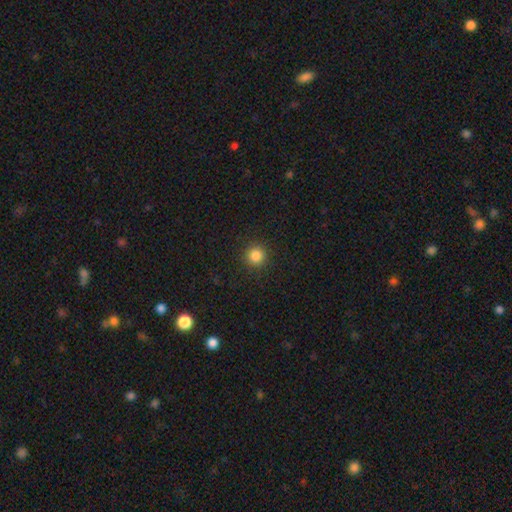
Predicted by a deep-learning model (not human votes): A smooth galaxy with no disk features (84%) that is round (95%).

Vote fractions:
- Smooth or featured? smooth: 84% / star or artifact: 12% / featured or disk: 4%
- How rounded? round: 95% / in between: 4% / cigar-shaped: 1%
- Merging? none: 92% / minor disturbance: 5% / major disturbance: 2% / merger: 1%